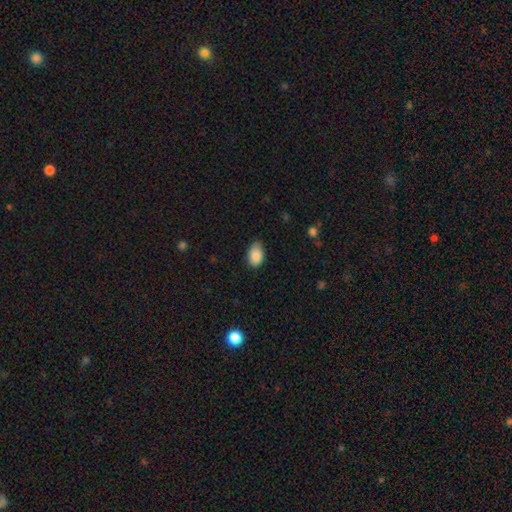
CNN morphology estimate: smooth_or_featured: smooth (p=0.88) [alt: star or artifact p=0.07]
how_rounded: in between (p=0.89) [alt: round p=0.09]
merging: none (p=0.73) [alt: minor disturbance p=0.22]